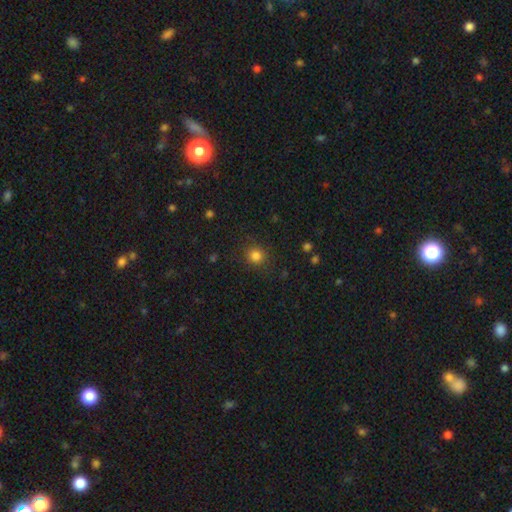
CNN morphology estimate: smooth-or-featured: smooth: 83% | star or artifact: 13% | featured or disk: 4%
  how-rounded: round: 90% | in between: 9% | cigar-shaped: 1%
  merging: none: 87% | minor disturbance: 8% | major disturbance: 3% | merger: 1%